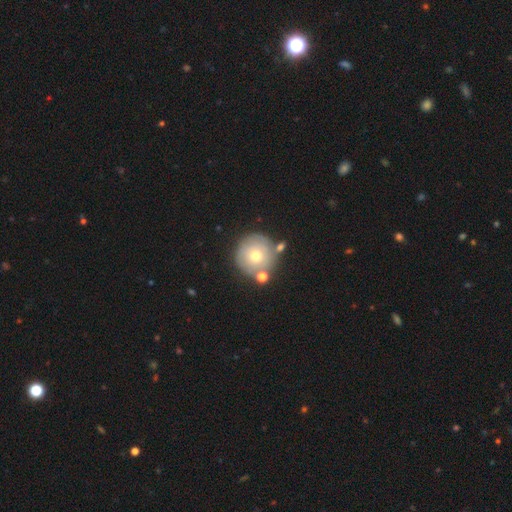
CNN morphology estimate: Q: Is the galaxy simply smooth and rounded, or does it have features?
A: smooth — 62%.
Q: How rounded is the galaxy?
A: round — 95%.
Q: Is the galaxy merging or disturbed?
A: none — 74%.